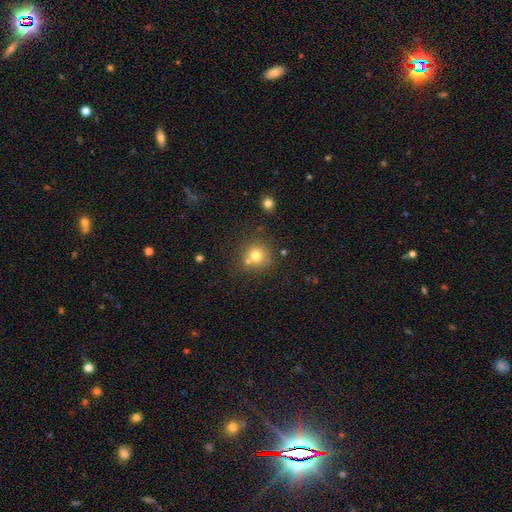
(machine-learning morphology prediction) Q: Smooth or featured?
A: smooth (74%); runner-up: star or artifact (14%)
Q: How rounded?
A: round (92%); runner-up: in between (7%)
Q: Merging?
A: none (68%); runner-up: merger (19%)